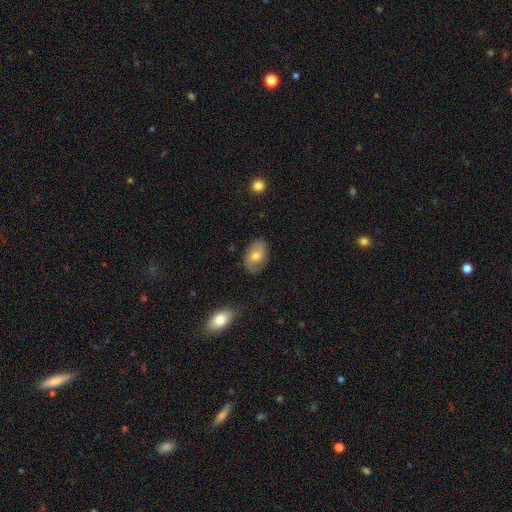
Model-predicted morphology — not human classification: This appears to be a smooth galaxy with no disk features (59%) that is in between round and cigar-shaped (87%). Merging: none (75%).